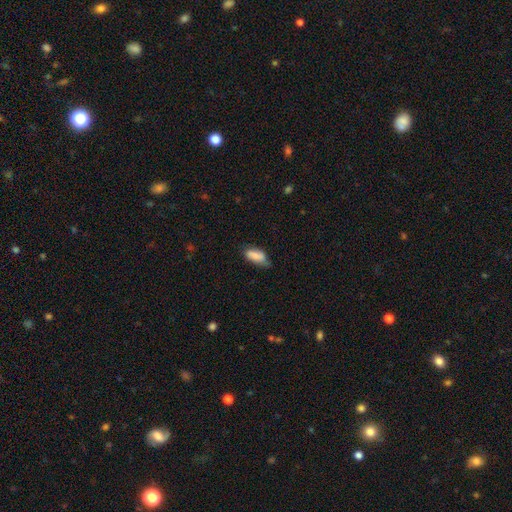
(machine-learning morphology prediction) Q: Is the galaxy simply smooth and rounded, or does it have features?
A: smooth — 82%.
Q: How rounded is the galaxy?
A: in between — 84%.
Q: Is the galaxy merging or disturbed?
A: none — 50%.